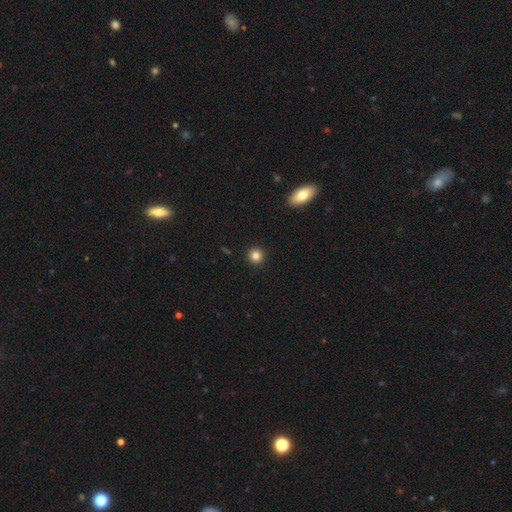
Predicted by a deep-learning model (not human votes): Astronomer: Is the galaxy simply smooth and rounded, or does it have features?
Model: smooth — 84%.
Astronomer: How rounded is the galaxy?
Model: round — 94%.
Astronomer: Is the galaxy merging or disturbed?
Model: none — 93%.